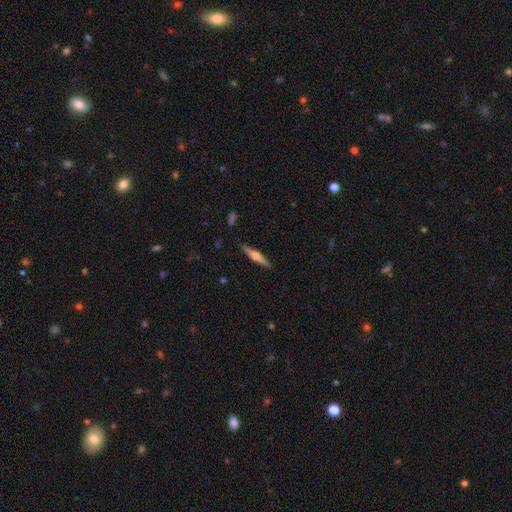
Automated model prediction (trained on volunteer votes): Smooth or featured?
  - featured or disk: 56% *
  - smooth: 38%
  - star or artifact: 6%
Edge-on disk?
  - yes: 97% *
  - no: 3%
Edge-on bulge?
  - rounded: 81% *
  - boxy: 12%
  - none: 7%
Merging?
  - none: 89% *
  - minor disturbance: 8%
  - major disturbance: 2%
  - merger: 1%